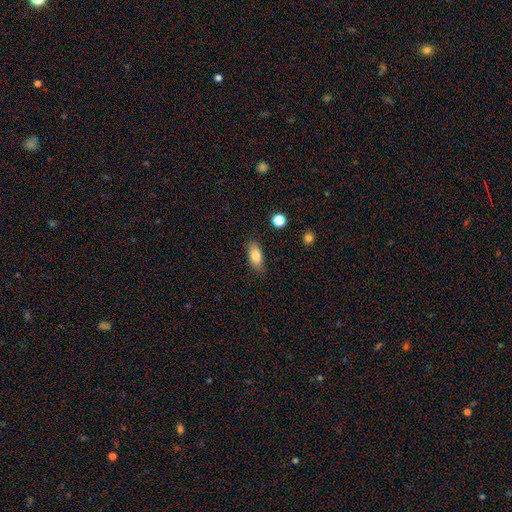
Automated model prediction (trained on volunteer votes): This appears to be a smooth galaxy with no disk features (82%) that is in between round and cigar-shaped (86%). Merging: none (83%).